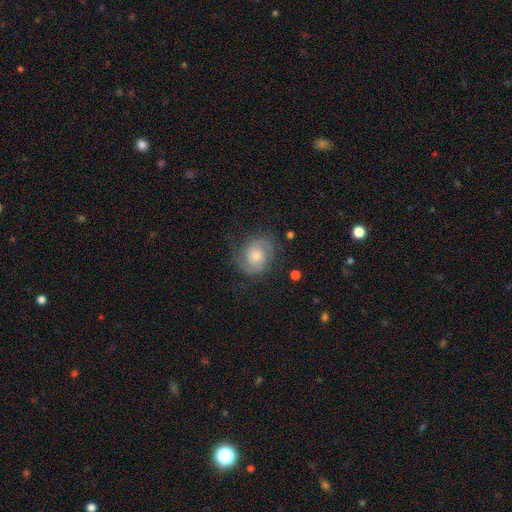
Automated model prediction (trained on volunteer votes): Morphology: type=featured or disk (71%); edge-on=no (98%); bar=no (71%); spiral arms=yes (93%); winding=tight (45%); arm count=2 (81%); bulge=moderate (52%); merging=none (74%).